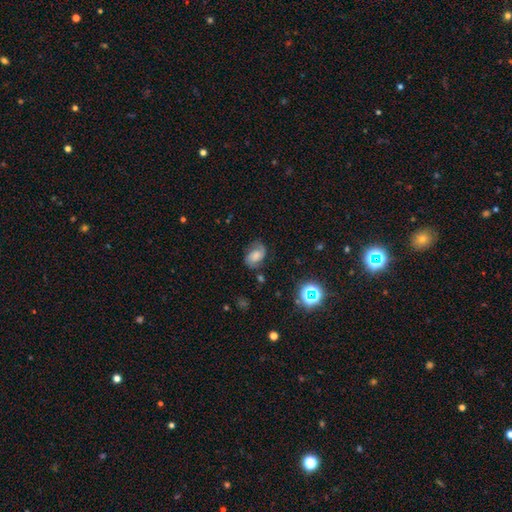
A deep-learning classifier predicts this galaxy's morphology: smooth-or-featured: featured or disk: 53% | smooth: 34% | star or artifact: 13%
  disk-edge-on: no: 97% | yes: 3%
    bar: no: 57% | weak: 34% | strong: 8%
    has-spiral-arms: yes: 90% | no: 10%
    bulge-size: moderate: 34% | small: 28% | none: 18% | large: 16% | dominant: 4%
  merging: none: 63% | minor disturbance: 24% | major disturbance: 10% | merger: 2%